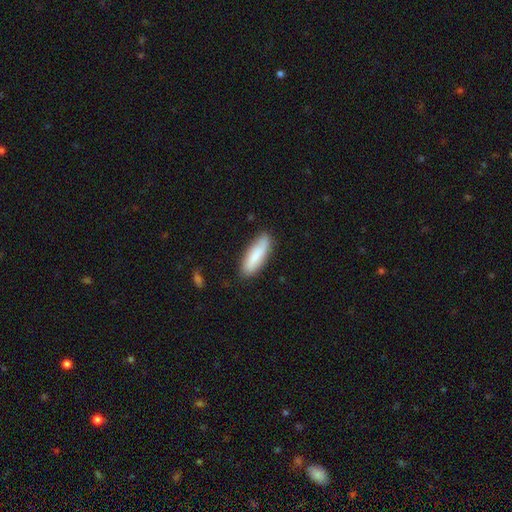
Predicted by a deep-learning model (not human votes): Morphology: type=smooth (78%); roundness=in between (50%); merging=none (81%).